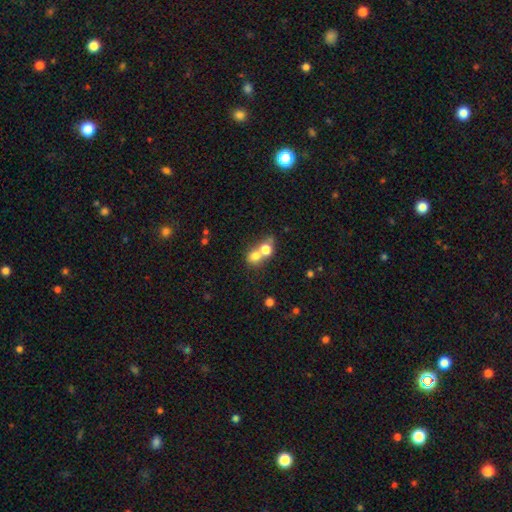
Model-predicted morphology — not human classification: Smooth or featured?
  - smooth: 72% *
  - featured or disk: 17%
  - star or artifact: 11%
How rounded?
  - round: 66% *
  - in between: 33%
  - cigar-shaped: 1%
Merging?
  - merger: 67% *
  - none: 23%
  - minor disturbance: 6%
  - major disturbance: 4%